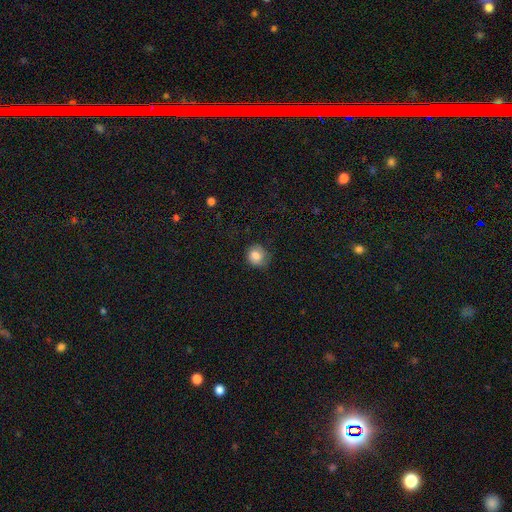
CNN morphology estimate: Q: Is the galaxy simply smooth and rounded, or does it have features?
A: smooth — 74%.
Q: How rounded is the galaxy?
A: round — 79%.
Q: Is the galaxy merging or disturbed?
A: none — 68%.